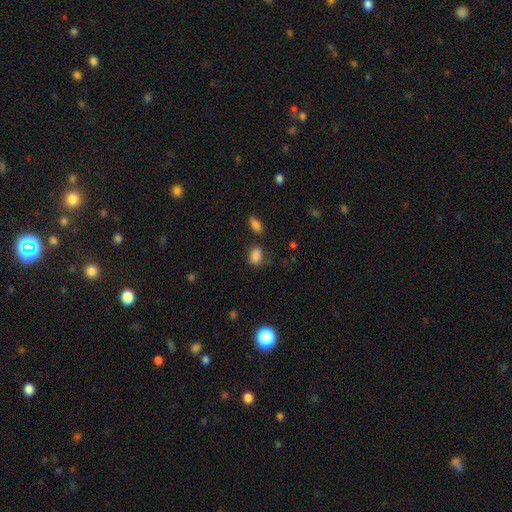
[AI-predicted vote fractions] The model was most divided on "merging": none: 69%, minor disturbance: 19%, merger: 7%, major disturbance: 6%. More confident: smooth or featured — smooth (85%); how rounded — in between (80%).